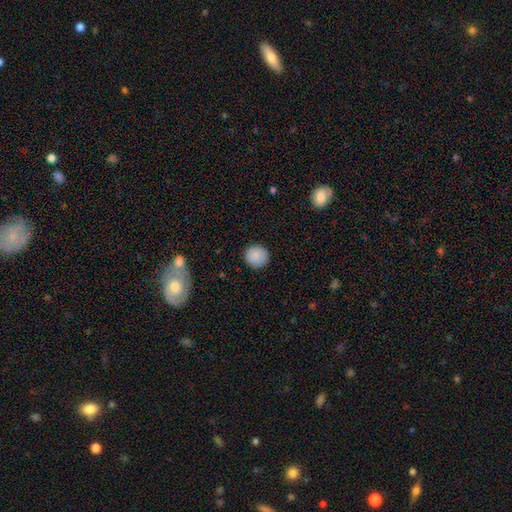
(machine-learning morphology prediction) This is clearly a smooth galaxy (87%). How rounded: clearly round (93%). Merging: clearly none (90%).